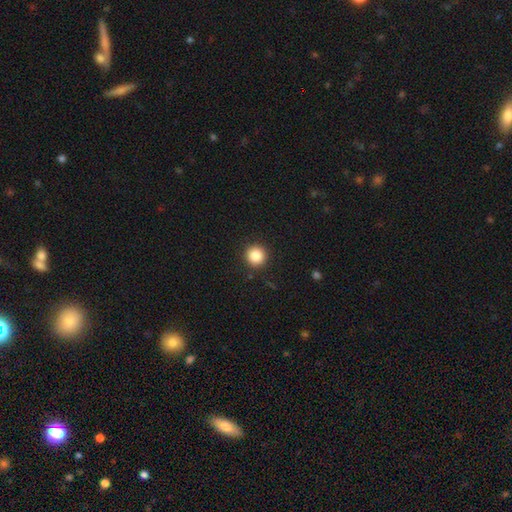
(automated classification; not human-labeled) Smooth or featured? Predicted: smooth (p=0.86). How rounded? Predicted: round (p=0.95). Merging? Predicted: none (p=0.92).